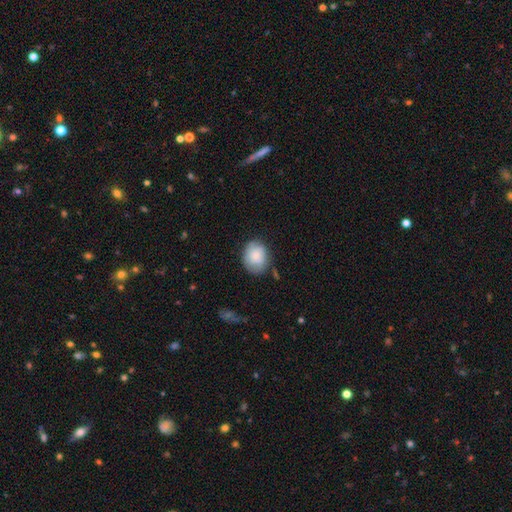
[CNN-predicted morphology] Smooth or featured? Predicted: smooth (p=0.80). How rounded? Predicted: round (p=0.58). Merging? Predicted: none (p=0.69).